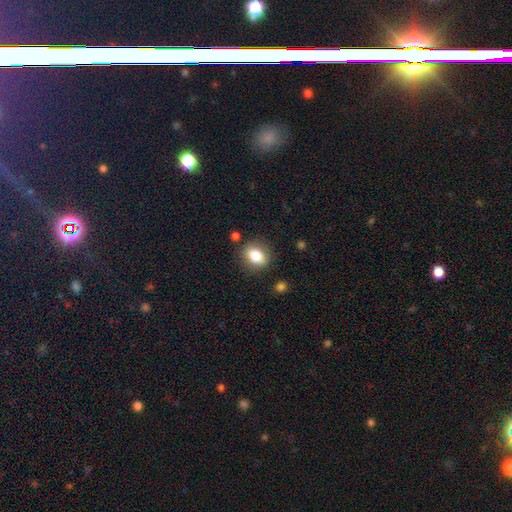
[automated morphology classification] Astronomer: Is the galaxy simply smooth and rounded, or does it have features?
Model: smooth — 81%.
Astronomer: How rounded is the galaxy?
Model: in between — 52% (runner-up: round, 46%).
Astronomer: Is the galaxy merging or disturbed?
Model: none — 83%.